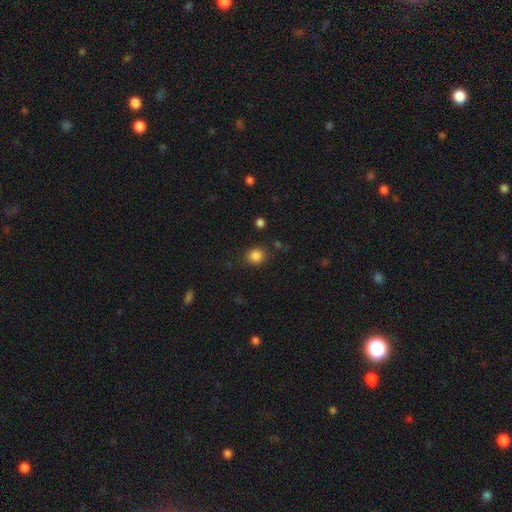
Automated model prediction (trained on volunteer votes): This is clearly a smooth galaxy (85%). How rounded: clearly round (81%). Merging: clearly none (86%).